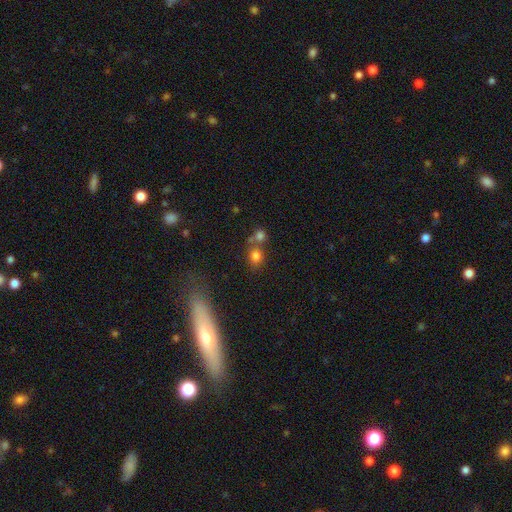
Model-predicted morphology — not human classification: A smooth galaxy with no disk features (76%) that is round (74%). Merging: none (52%).